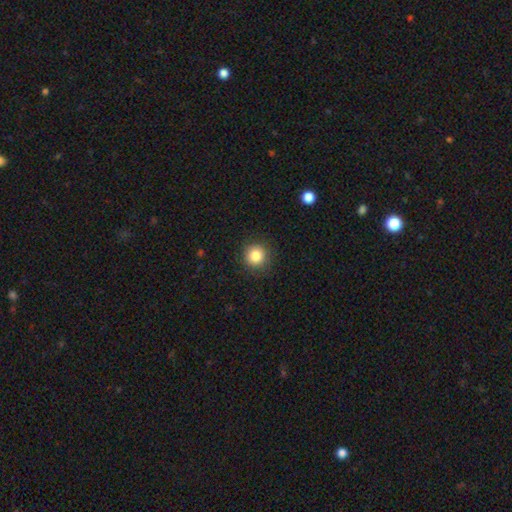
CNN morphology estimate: Q: Smooth or featured?
A: smooth (84%); runner-up: star or artifact (11%)
Q: How rounded?
A: round (93%); runner-up: in between (6%)
Q: Merging?
A: none (89%); runner-up: minor disturbance (7%)